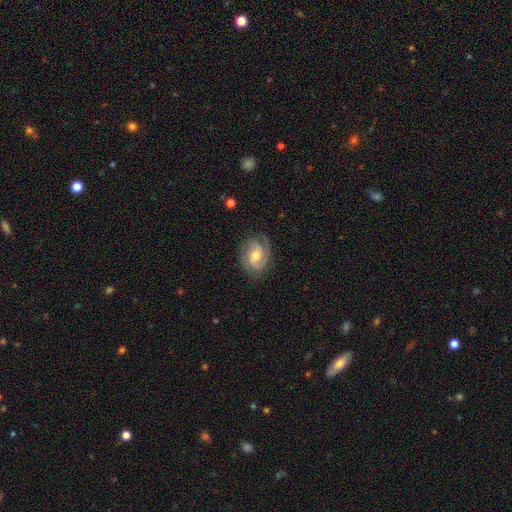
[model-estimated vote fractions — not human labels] This appears to be a featured or disk galaxy (73%) with no bar (51%), 2 (55%) medium (42%, tied with tight) spiral arms (92%) and a moderate central bulge (68%). Merging: none (76%).